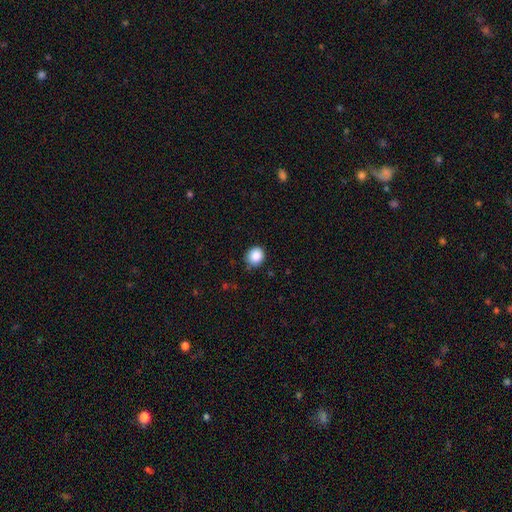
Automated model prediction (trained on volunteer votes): Q: Smooth or featured?
A: smooth (88%); runner-up: star or artifact (9%)
Q: How rounded?
A: round (84%); runner-up: in between (15%)
Q: Merging?
A: none (82%); runner-up: minor disturbance (14%)